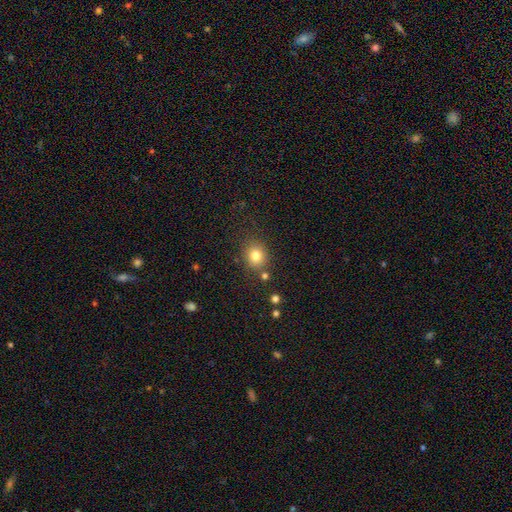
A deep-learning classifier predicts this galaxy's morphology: smooth_or_featured: smooth (p=0.80) [alt: star or artifact p=0.13]
how_rounded: round (p=0.79) [alt: in between p=0.21]
merging: none (p=0.82) [alt: minor disturbance p=0.10]